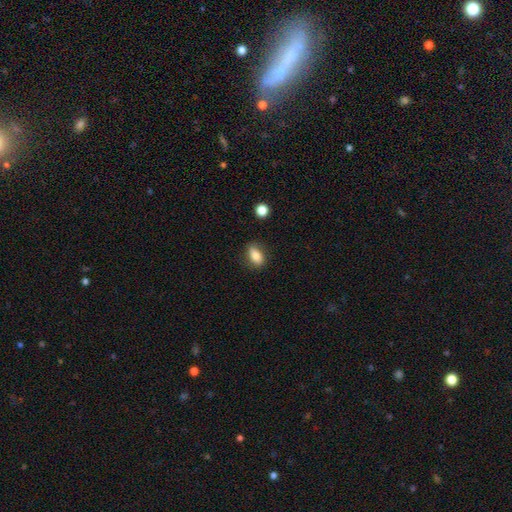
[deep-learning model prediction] Overall: smooth (82%). How rounded: in between (85%). Merging: none (80%).